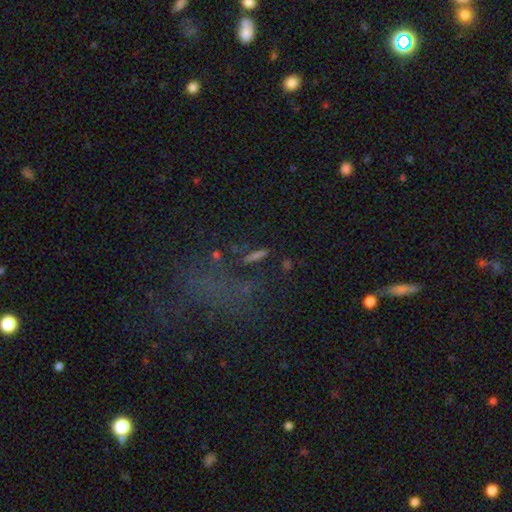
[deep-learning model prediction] This is marginally a smooth galaxy (41%). Merging: likely none (65%).